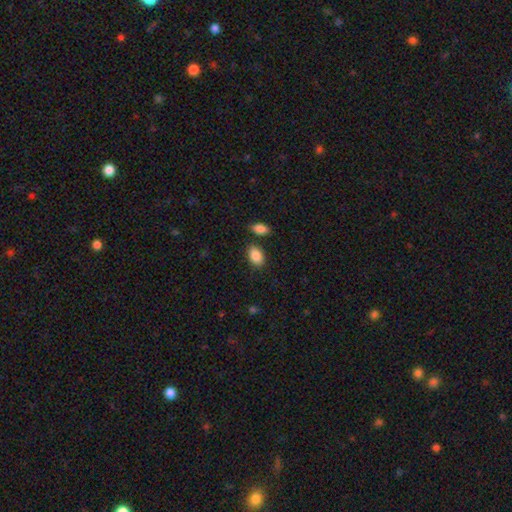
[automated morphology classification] Smooth or featured? Predicted: smooth (p=0.88). How rounded? Predicted: in between (p=0.88). Merging? Predicted: none (p=0.80).